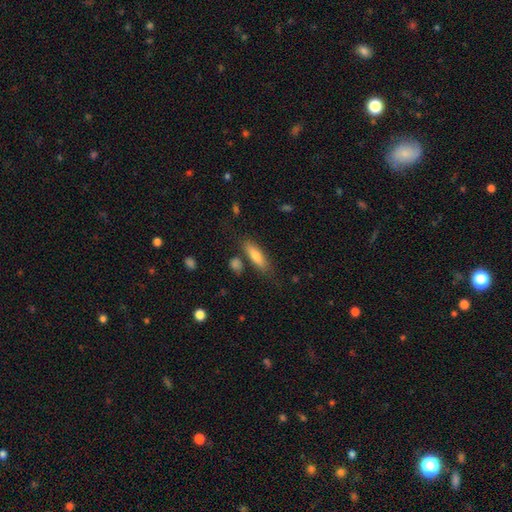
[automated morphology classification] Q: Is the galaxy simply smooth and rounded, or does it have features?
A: smooth — 75%.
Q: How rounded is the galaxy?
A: cigar-shaped — 54%.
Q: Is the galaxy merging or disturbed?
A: none — 73%.